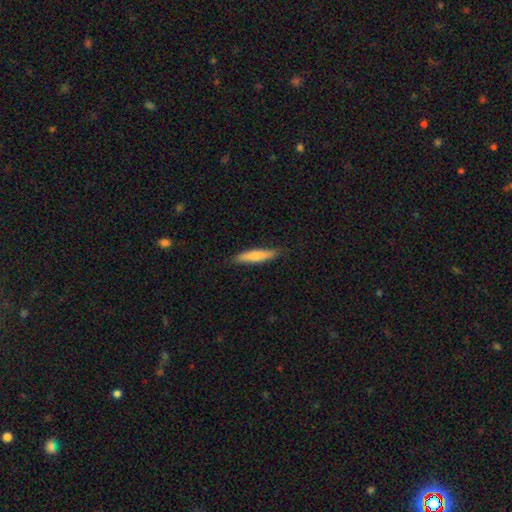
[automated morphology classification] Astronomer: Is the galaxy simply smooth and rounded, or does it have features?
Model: smooth — 73%.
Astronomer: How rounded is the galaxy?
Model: cigar-shaped — 80%.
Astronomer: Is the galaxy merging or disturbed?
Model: none — 85%.